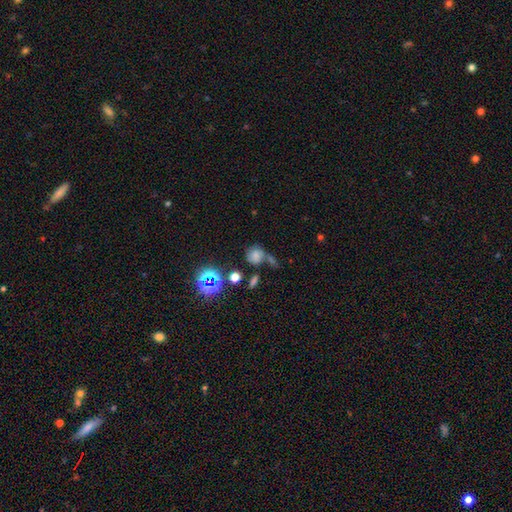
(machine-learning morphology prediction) A smooth galaxy with no disk features (60%) that is round (78%). Merging: none (46%).